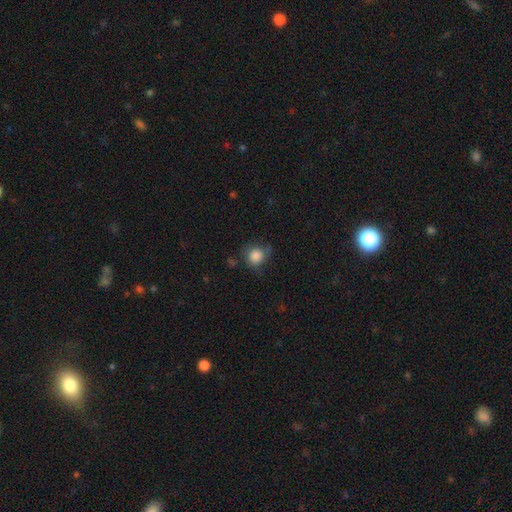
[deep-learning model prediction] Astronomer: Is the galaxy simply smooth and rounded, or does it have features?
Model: smooth — 85%.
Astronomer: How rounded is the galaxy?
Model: round — 83%.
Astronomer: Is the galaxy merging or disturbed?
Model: none — 58%.